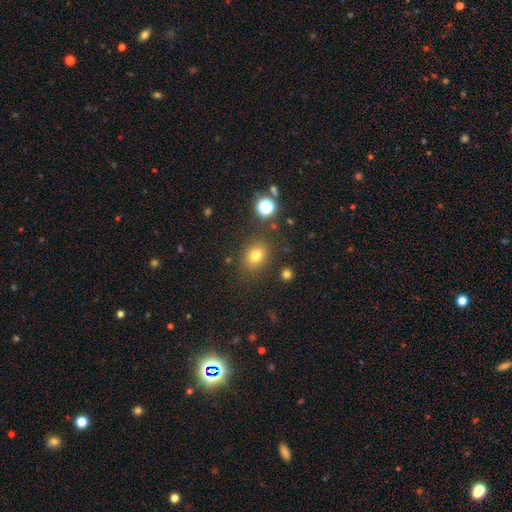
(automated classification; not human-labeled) Overall: smooth (76%). How rounded: round (53%; in between 46%). Merging: none (82%).